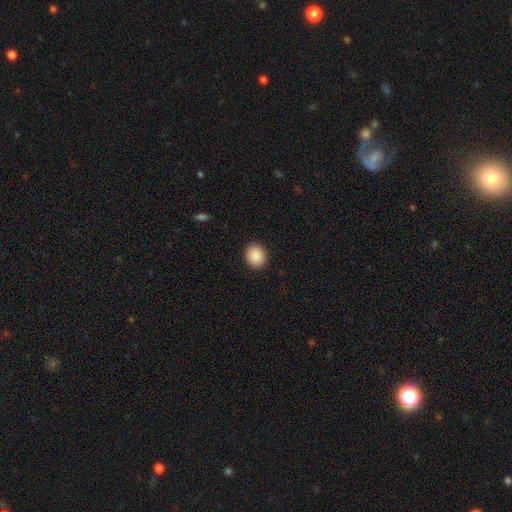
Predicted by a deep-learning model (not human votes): This is clearly a smooth galaxy (89%). How rounded: likely round (73%). Merging: clearly none (91%).